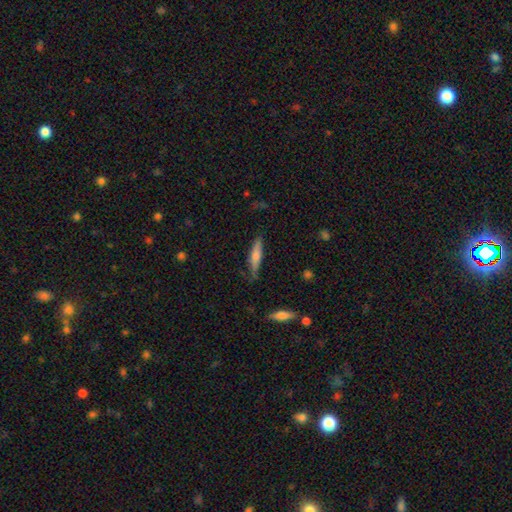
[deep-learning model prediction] Overall: smooth (61%; featured or disk 32%). How rounded: cigar-shaped (82%). Merging: none (76%).